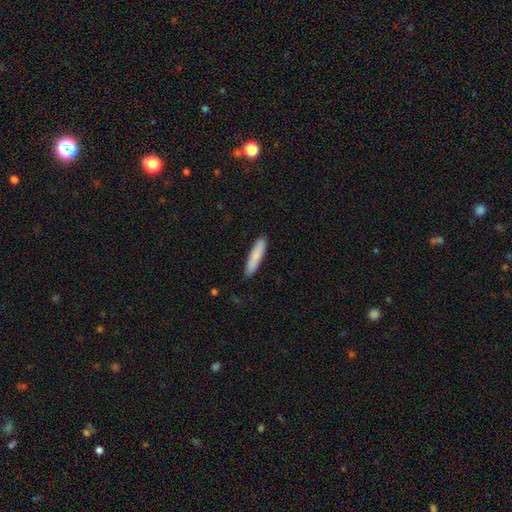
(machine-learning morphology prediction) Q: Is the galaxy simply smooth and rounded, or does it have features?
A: smooth — 81%.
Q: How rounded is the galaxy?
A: cigar-shaped — 85%.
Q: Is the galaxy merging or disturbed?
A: none — 90%.